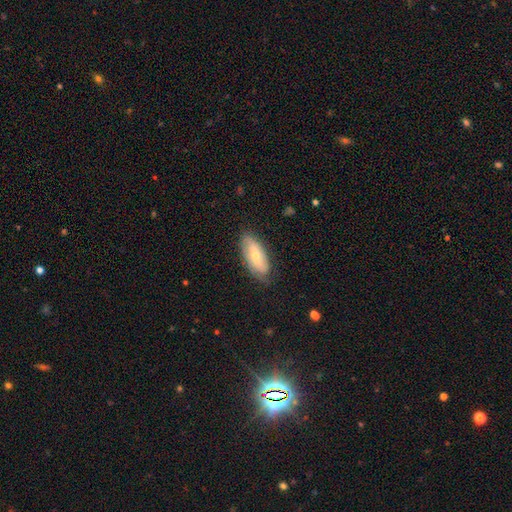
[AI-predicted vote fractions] Smooth or featured: smooth — 53% (featured or disk — 40%)
How rounded: in between — 81% (cigar-shaped — 16%)
Merging: none — 75% (minor disturbance — 20%)